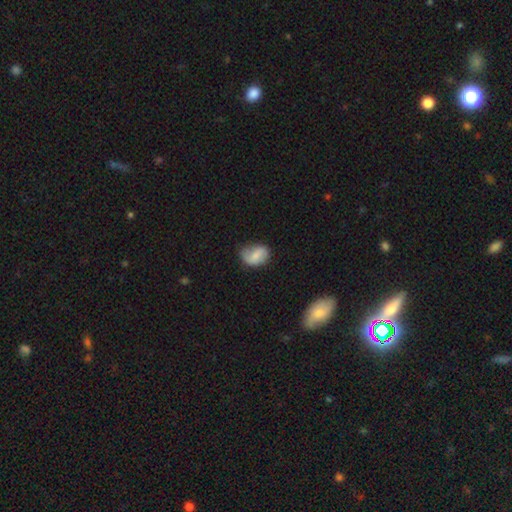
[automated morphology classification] A smooth galaxy with no disk features (66%) that is in between round and cigar-shaped (73%). Merging: none (49%).